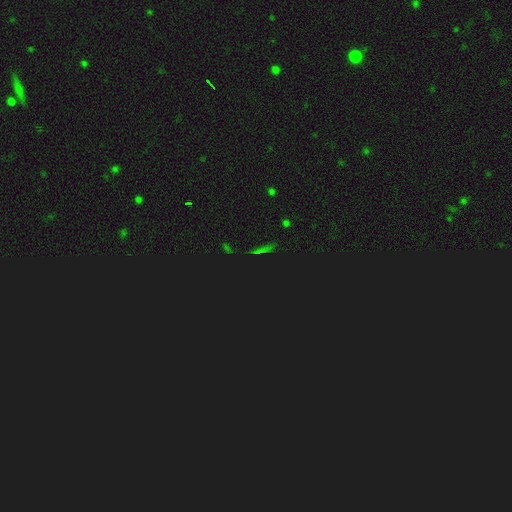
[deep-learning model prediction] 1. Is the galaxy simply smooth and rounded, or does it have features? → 73% star or artifact, 17% smooth, 10% featured or disk.